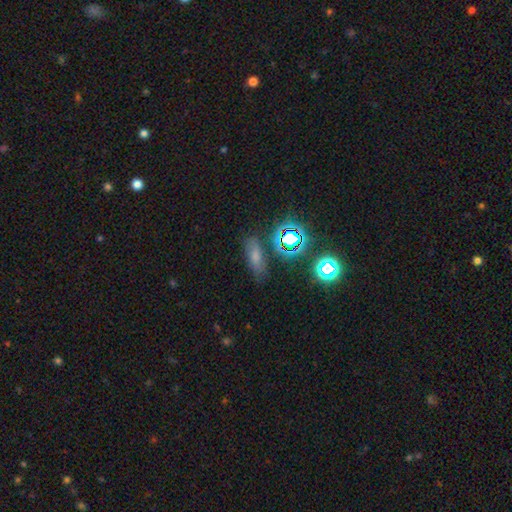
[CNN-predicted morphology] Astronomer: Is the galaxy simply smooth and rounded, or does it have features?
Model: smooth — 61%.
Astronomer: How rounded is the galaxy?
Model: in between — 66%.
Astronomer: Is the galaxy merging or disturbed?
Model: none — 76%.